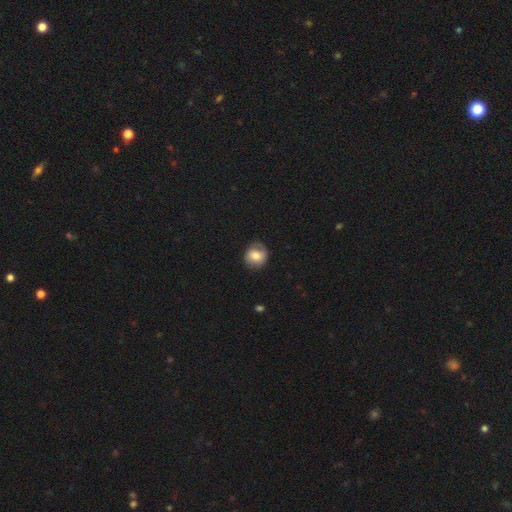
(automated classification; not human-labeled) Morphology: type=smooth (69%); roundness=round (80%); merging=none (72%).